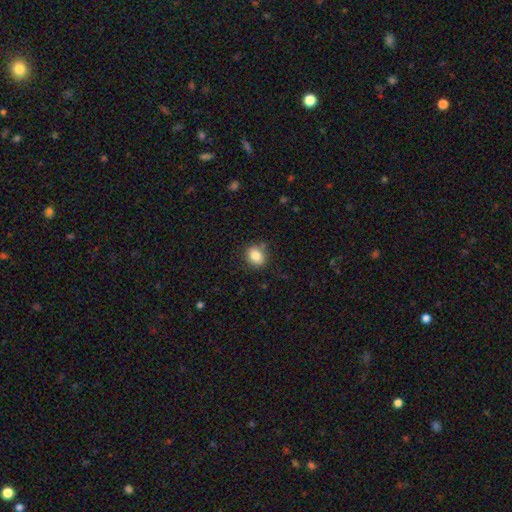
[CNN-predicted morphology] smooth_or_featured: smooth (p=0.83) [alt: star or artifact p=0.09]
how_rounded: round (p=0.55) [alt: in between p=0.44]
merging: none (p=0.83) [alt: minor disturbance p=0.11]